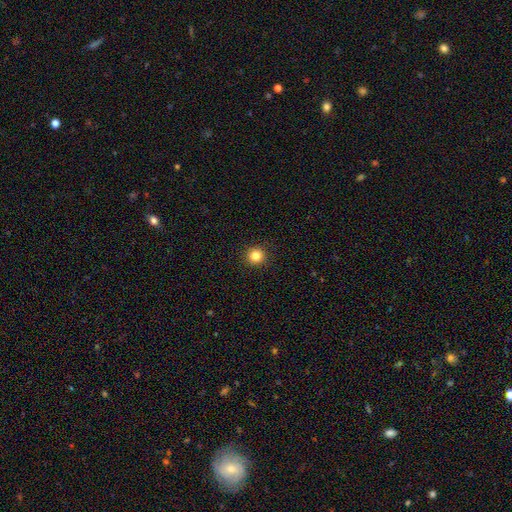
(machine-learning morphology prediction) This appears to be a smooth galaxy with no disk features (83%) that is round (95%). Merging: none (93%).